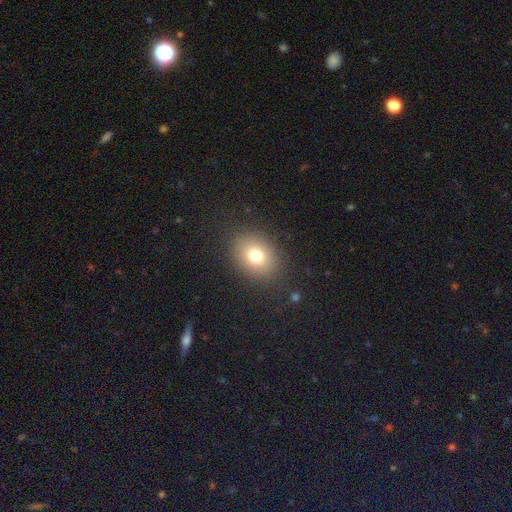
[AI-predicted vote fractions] Smooth or featured: smooth — 76% (star or artifact — 13%)
How rounded: in between — 52% (round — 47%)
Merging: none — 86% (minor disturbance — 8%)